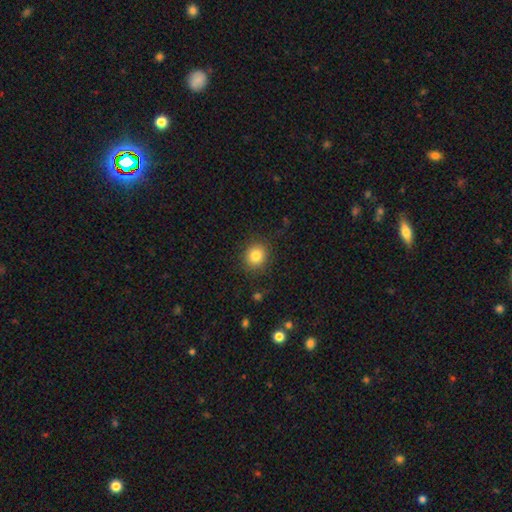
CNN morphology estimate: Smooth or featured? smooth (83%)
How rounded? round (84%)
Merging? none (87%)